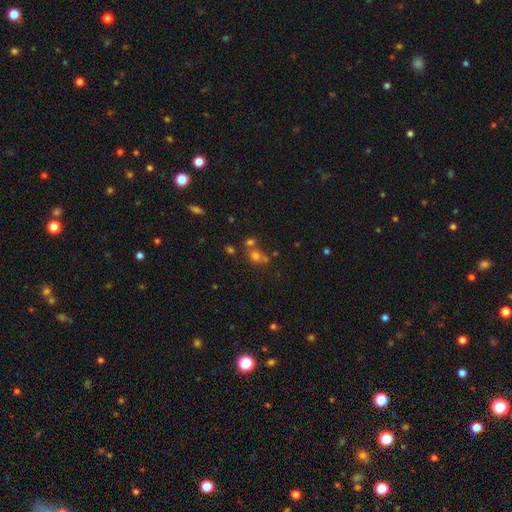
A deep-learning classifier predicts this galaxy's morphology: A smooth galaxy with no disk features (62%) that is round (81%). Merging: none (51%).